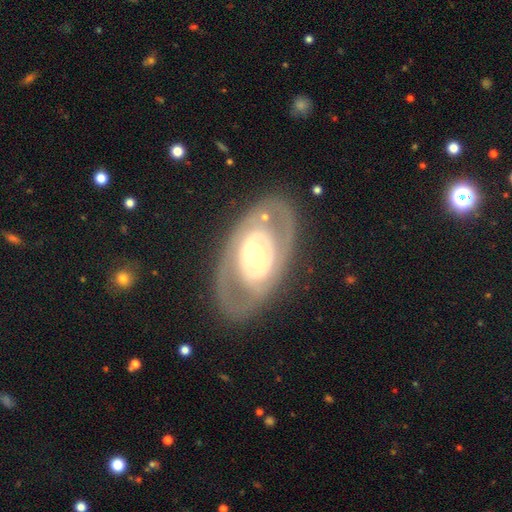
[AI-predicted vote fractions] This appears to be a featured or disk galaxy (75%) with no bar (69%), no spiral arms (57%) and a moderate central bulge (60%). Merging: none (76%).